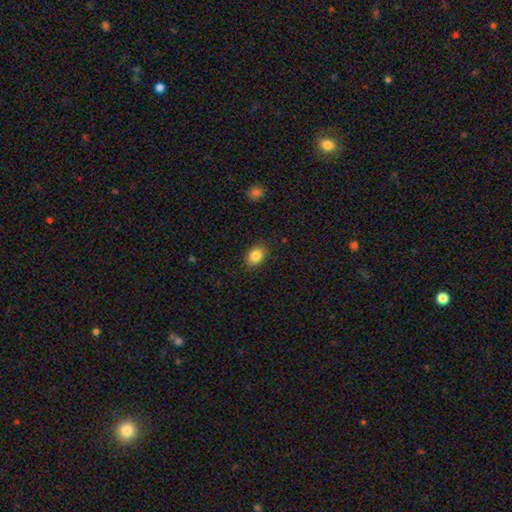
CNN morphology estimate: smooth-or-featured: smooth: 85% | star or artifact: 9% | featured or disk: 7%
  how-rounded: in between: 69% | round: 30% | cigar-shaped: 1%
  merging: none: 86% | minor disturbance: 11% | major disturbance: 2% | merger: 1%